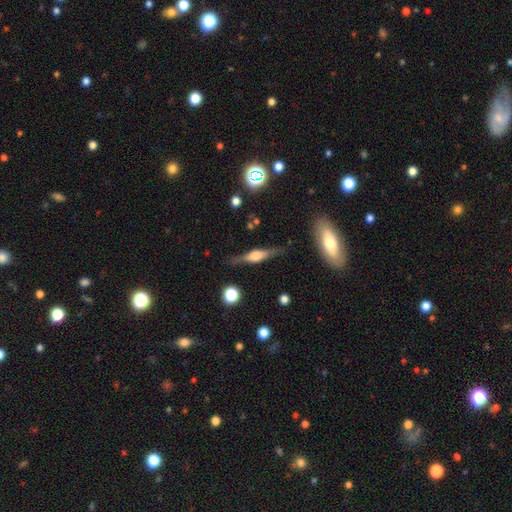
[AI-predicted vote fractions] This is likely a featured or disk galaxy (73%). It is clearly viewed edge-on (96%). Edge-on bulge: likely rounded (76%). Merging: clearly none (83%).